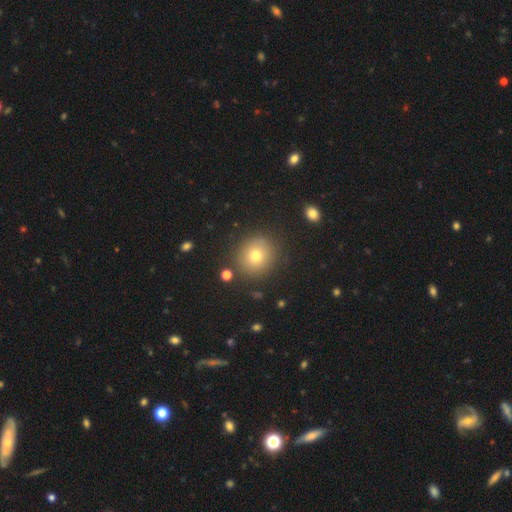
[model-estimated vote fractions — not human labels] This appears to be a smooth galaxy with no disk features (73%) that is round (88%). Merging: none (88%).